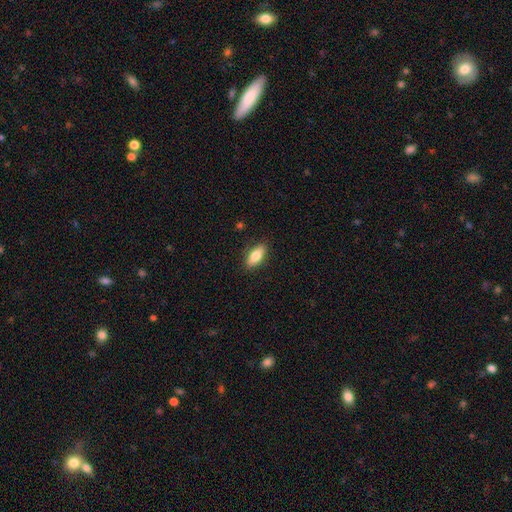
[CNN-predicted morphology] smooth-or-featured: smooth: 78% | featured or disk: 15% | star or artifact: 7%
  how-rounded: in between: 80% | cigar-shaped: 17% | round: 3%
  merging: none: 87% | minor disturbance: 10% | major disturbance: 2% | merger: 1%